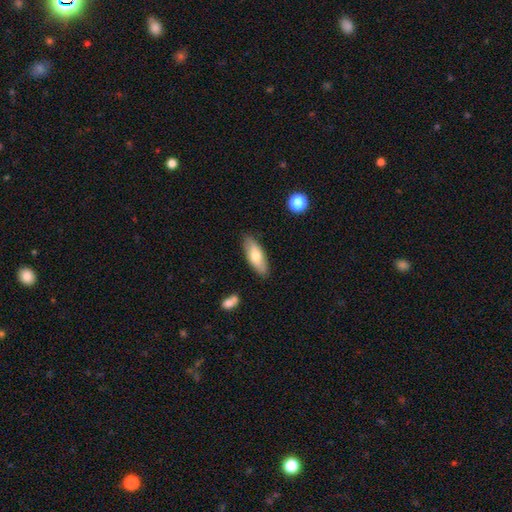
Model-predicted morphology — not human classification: smooth_or_featured: smooth (p=0.69) [alt: featured or disk p=0.25]
how_rounded: in between (p=0.71) [alt: cigar-shaped p=0.27]
merging: none (p=0.85) [alt: minor disturbance p=0.11]